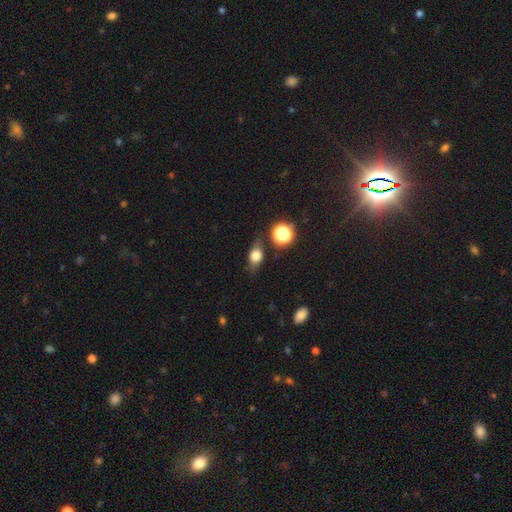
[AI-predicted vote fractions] Smooth or featured: smooth — 62% (featured or disk — 25%)
How rounded: in between — 63% (round — 28%)
Merging: none — 76% (minor disturbance — 16%)